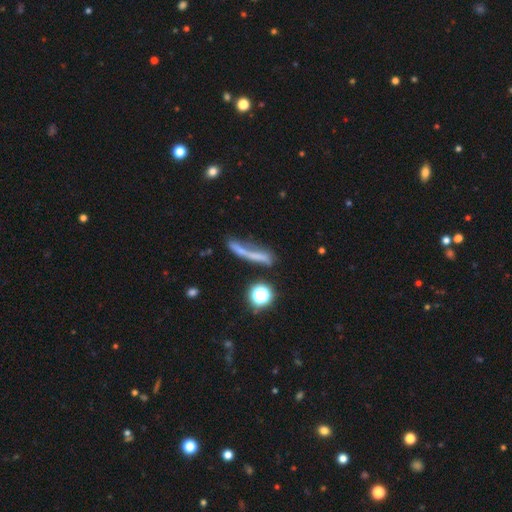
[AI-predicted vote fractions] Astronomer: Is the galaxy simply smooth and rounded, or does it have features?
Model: smooth — 49% (runner-up: featured or disk, 35%).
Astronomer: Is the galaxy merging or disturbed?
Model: none — 43% (runner-up: minor disturbance, 22%).